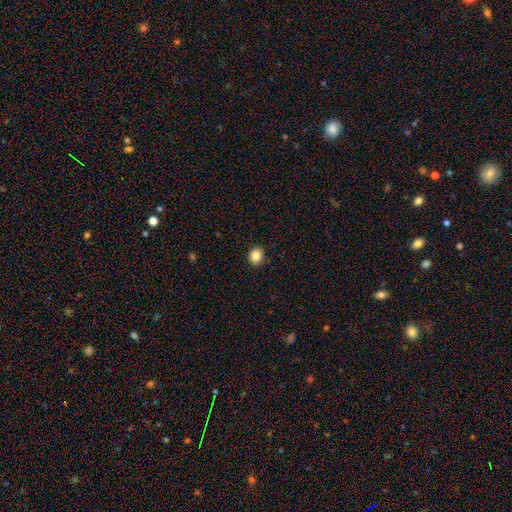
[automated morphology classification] Q: Smooth or featured?
A: smooth (85%); runner-up: star or artifact (10%)
Q: How rounded?
A: round (70%); runner-up: in between (29%)
Q: Merging?
A: none (91%); runner-up: minor disturbance (6%)